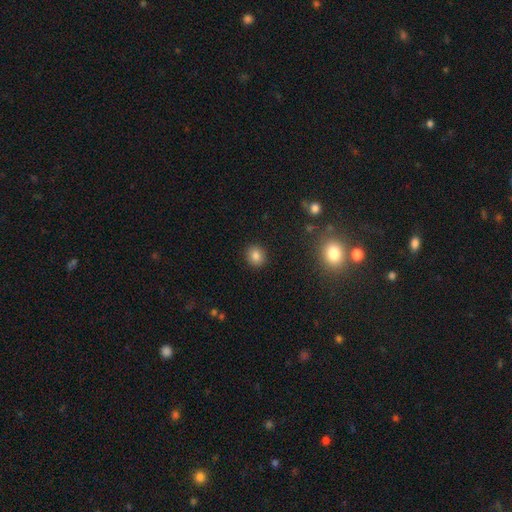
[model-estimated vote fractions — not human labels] smooth-or-featured: smooth: 83% | star or artifact: 11% | featured or disk: 5%
  how-rounded: round: 80% | in between: 19% | cigar-shaped: 1%
  merging: none: 91% | minor disturbance: 6% | major disturbance: 2% | merger: 1%